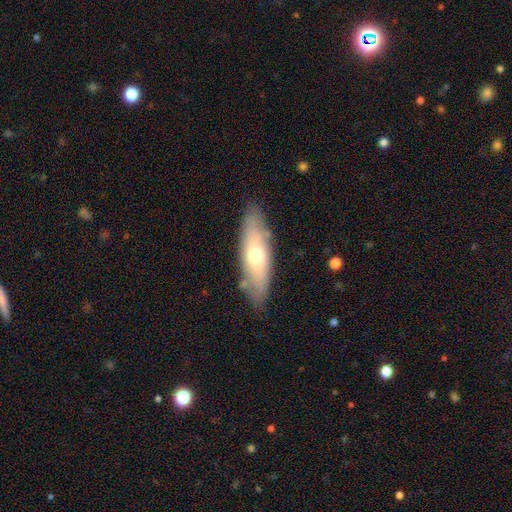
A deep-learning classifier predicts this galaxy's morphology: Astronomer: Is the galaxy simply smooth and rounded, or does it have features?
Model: smooth — 58% (runner-up: featured or disk, 36%).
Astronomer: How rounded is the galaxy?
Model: in between — 53% (runner-up: cigar-shaped, 45%).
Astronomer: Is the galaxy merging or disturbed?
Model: none — 80%.